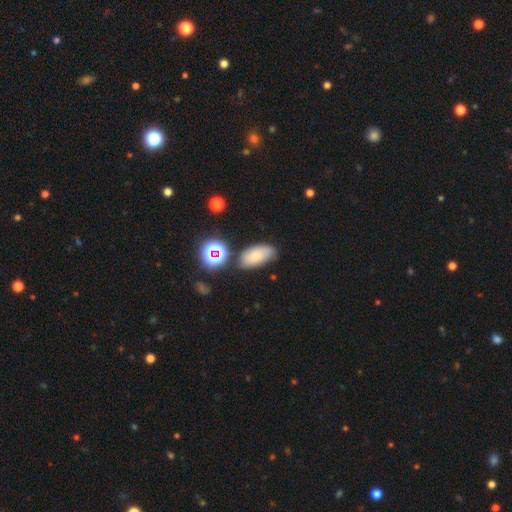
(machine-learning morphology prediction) smooth-or-featured: smooth: 70% | featured or disk: 15% | star or artifact: 15%
  how-rounded: in between: 90% | round: 6% | cigar-shaped: 4%
  merging: none: 71% | minor disturbance: 18% | merger: 7% | major disturbance: 5%